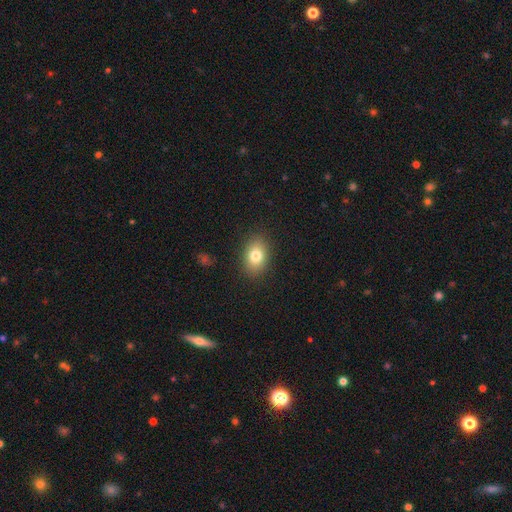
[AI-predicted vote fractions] Smooth or featured?
  - smooth: 79% *
  - featured or disk: 12%
  - star or artifact: 9%
How rounded?
  - in between: 79% *
  - round: 20%
  - cigar-shaped: 1%
Merging?
  - none: 88% *
  - minor disturbance: 9%
  - major disturbance: 3%
  - merger: 1%